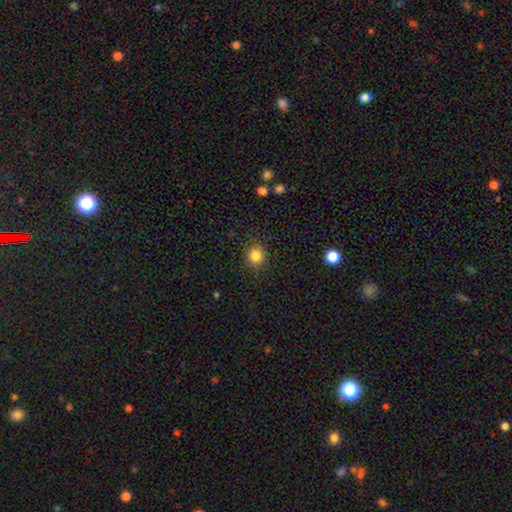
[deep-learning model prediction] smooth 84%, star or artifact 11%, featured or disk 5%. Down the decision tree: how rounded — round (84%); merging — none (88%).